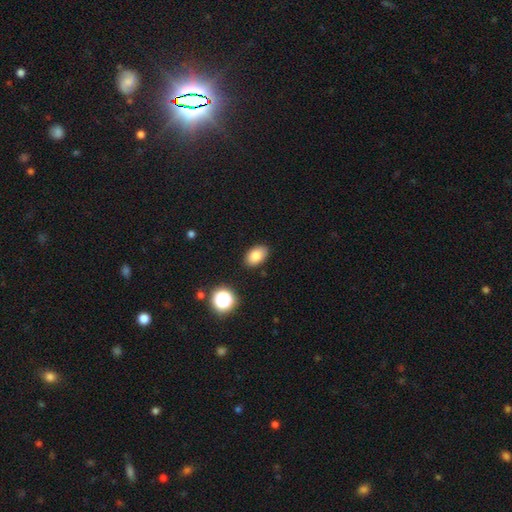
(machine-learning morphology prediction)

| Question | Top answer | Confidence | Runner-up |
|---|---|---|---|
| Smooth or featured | smooth | 83% | star or artifact (10%) |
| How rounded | in between | 88% | round (11%) |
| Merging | none | 87% | minor disturbance (9%) |